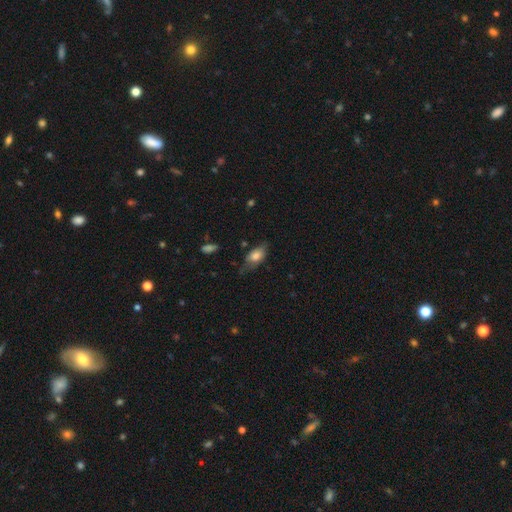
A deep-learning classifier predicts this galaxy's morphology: Overall: smooth (75%). How rounded: in between (88%). Merging: none (57%; minor disturbance 31%).